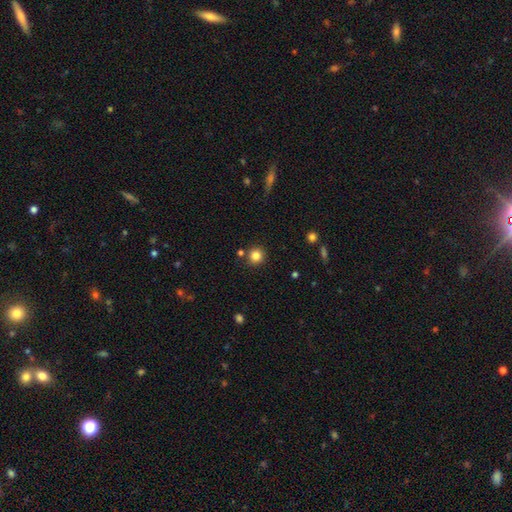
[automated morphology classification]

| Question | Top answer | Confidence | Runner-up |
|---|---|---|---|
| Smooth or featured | smooth | 83% | star or artifact (12%) |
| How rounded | round | 93% | in between (6%) |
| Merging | none | 85% | minor disturbance (7%) |